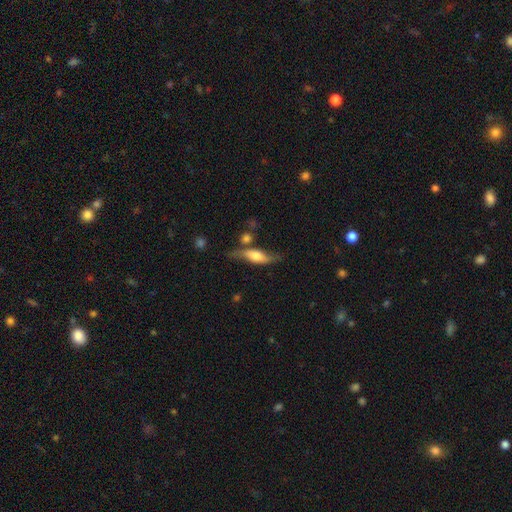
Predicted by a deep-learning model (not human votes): Overall: featured or disk (50%; smooth 43%). Merging: none (56%; minor disturbance 22%).